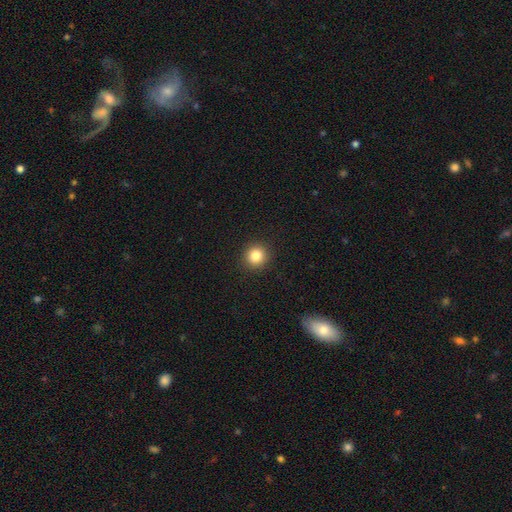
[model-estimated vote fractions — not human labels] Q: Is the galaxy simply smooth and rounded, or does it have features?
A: smooth — 84%.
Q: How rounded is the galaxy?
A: round — 90%.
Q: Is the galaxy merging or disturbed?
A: none — 92%.